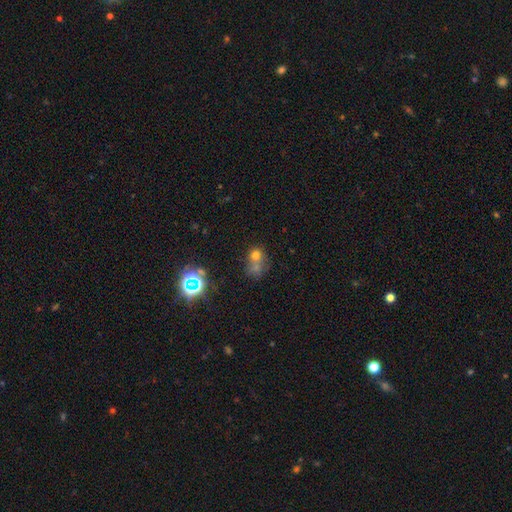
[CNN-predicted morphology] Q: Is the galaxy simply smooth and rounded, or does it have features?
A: smooth — 62%.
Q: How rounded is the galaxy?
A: round — 67%.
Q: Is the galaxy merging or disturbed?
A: merger — 49%.